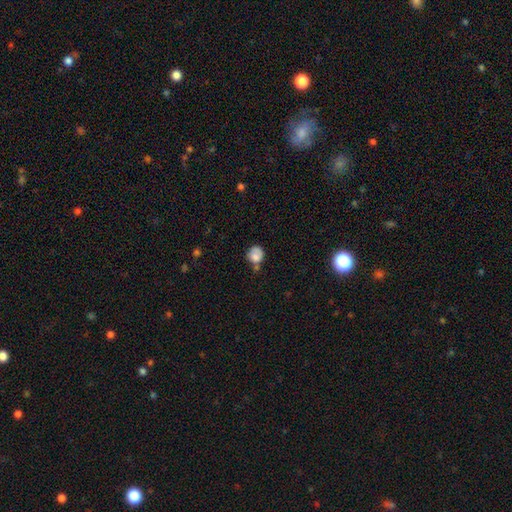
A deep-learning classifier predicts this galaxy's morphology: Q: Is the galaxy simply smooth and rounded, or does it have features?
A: smooth — 78%.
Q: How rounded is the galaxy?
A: round — 74%.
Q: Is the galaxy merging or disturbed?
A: none — 46%.